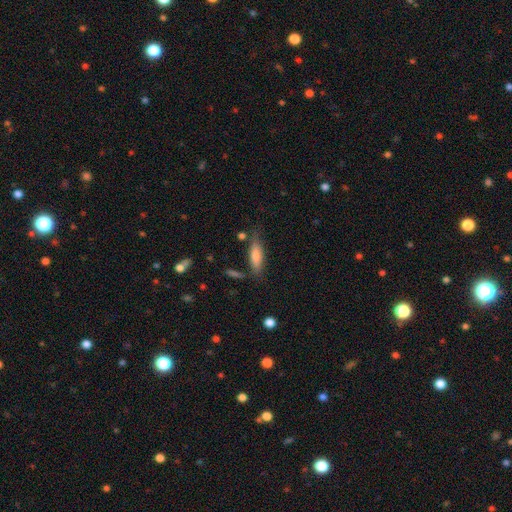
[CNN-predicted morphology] This is likely a smooth galaxy (70%). How rounded: possibly cigar-shaped (56%). Merging: likely none (70%).